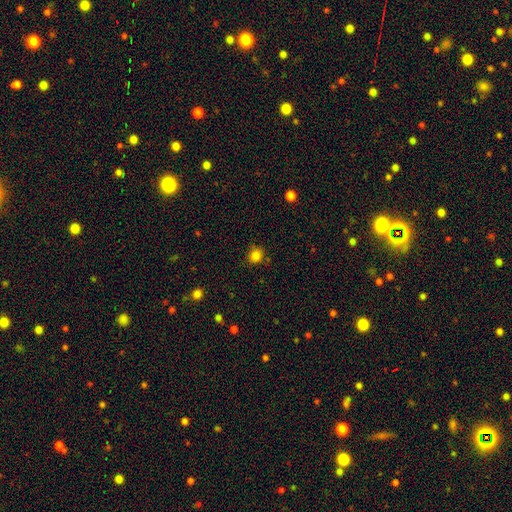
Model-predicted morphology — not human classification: Smooth or featured? Predicted: smooth (p=0.83). How rounded? Predicted: round (p=0.81). Merging? Predicted: none (p=0.84).